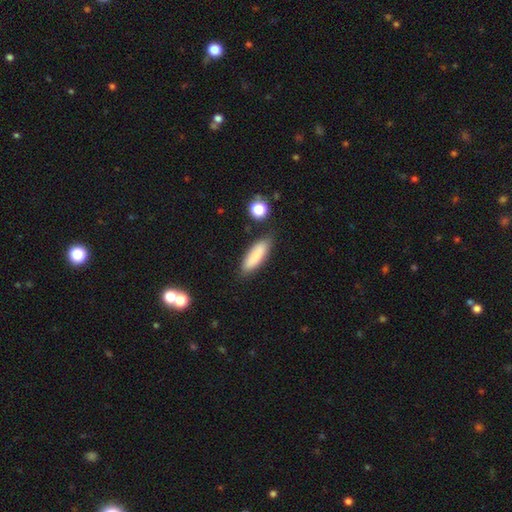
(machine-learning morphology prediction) Smooth or featured?
  - smooth: 84% *
  - featured or disk: 9%
  - star or artifact: 7%
How rounded?
  - cigar-shaped: 50% *
  - in between: 48%
  - round: 2%
Merging?
  - none: 78% *
  - minor disturbance: 15%
  - merger: 4%
  - major disturbance: 3%